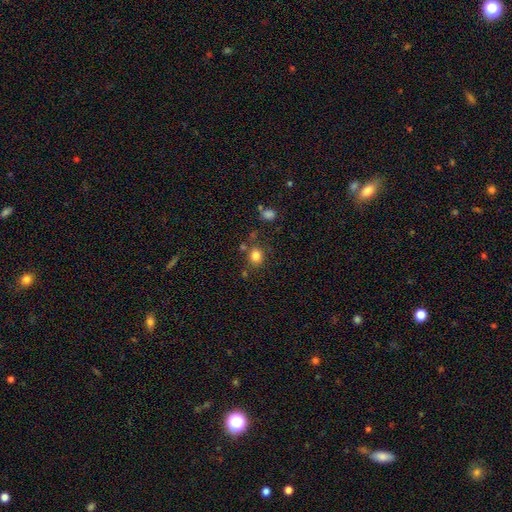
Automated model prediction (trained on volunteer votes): Smooth or featured? smooth (82%)
How rounded? round (68%)
Merging? none (75%)